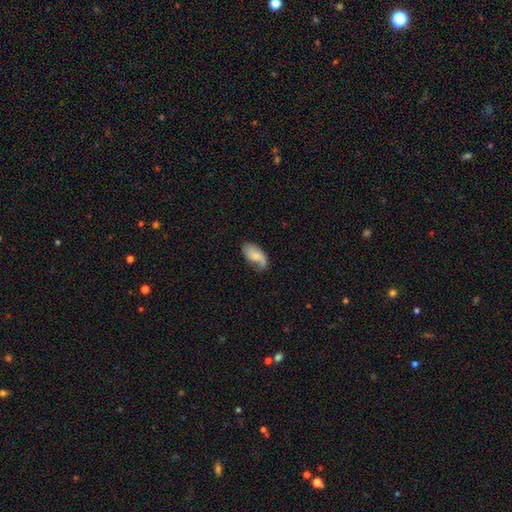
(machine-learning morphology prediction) The model was most divided on "smooth or featured": featured or disk: 48%, smooth: 45%, star or artifact: 7%. Remaining: merging — none (50%).